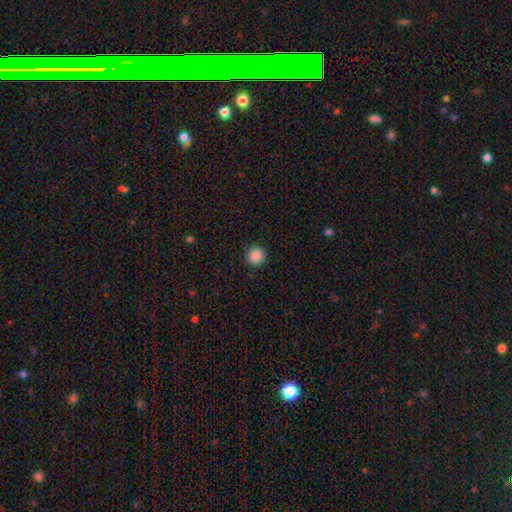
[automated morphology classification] Overall: smooth (88%). How rounded: round (96%). Merging: none (93%).